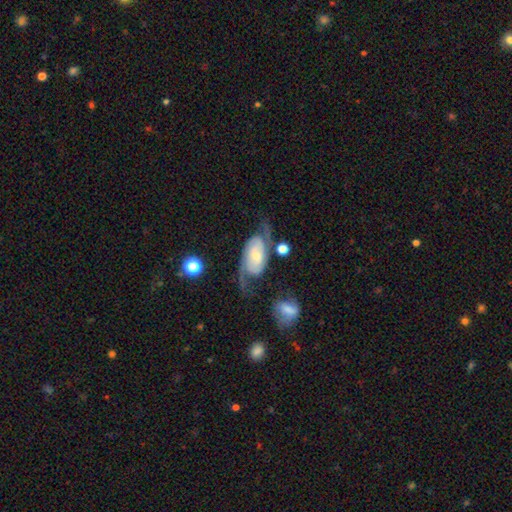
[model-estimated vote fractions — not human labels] This appears to be a featured or disk galaxy (83%) with no bar (56%), 2 (90%) medium (43%) spiral arms (96%) and a small central bulge (59%). Merging: none (53%).